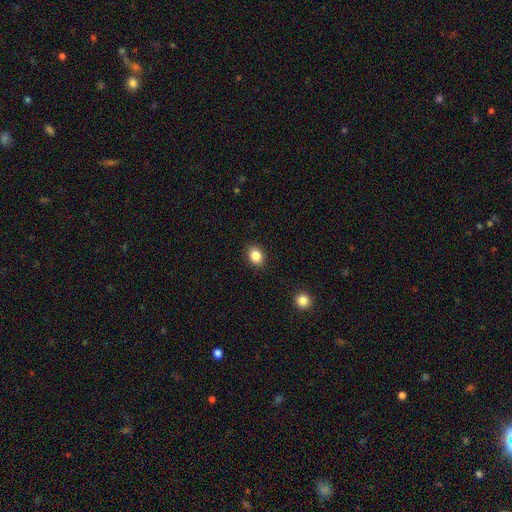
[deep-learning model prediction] The model was most divided on "how rounded": in between: 56%, round: 43%, cigar-shaped: 1%. More confident: merging — none (89%); smooth or featured — smooth (85%).